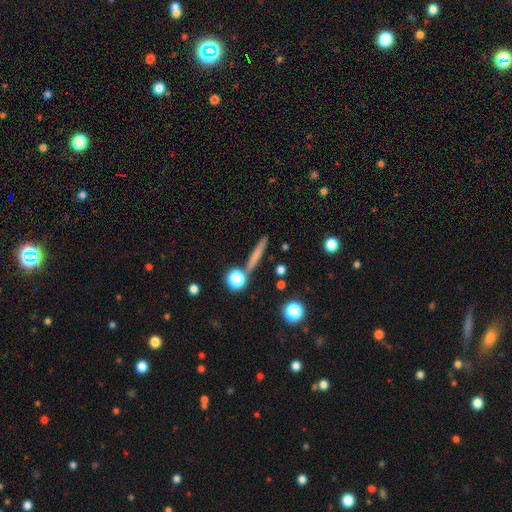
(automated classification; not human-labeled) Smooth or featured?
  - smooth: 58% *
  - featured or disk: 31%
  - star or artifact: 11%
How rounded?
  - cigar-shaped: 86% *
  - round: 8%
  - in between: 6%
Merging?
  - none: 82% *
  - minor disturbance: 8%
  - merger: 7%
  - major disturbance: 3%